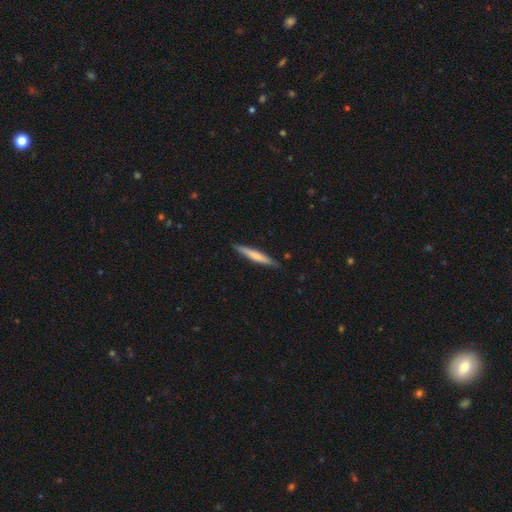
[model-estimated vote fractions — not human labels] Smooth or featured? Predicted: smooth (p=0.62). How rounded? Predicted: cigar-shaped (p=0.93). Merging? Predicted: none (p=0.87).